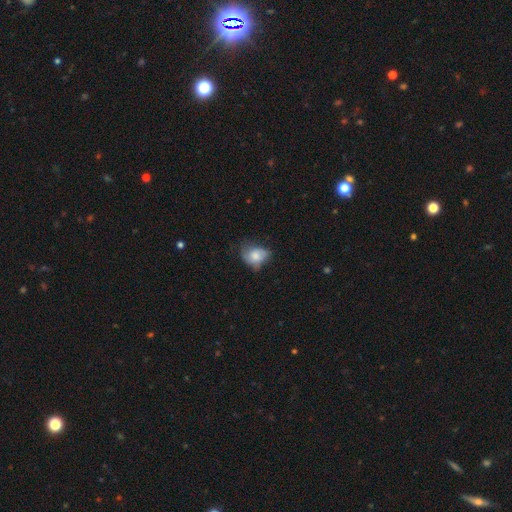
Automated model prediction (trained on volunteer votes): The model was most divided on "merging": none: 41%, minor disturbance: 38%, major disturbance: 18%, merger: 2%. More confident: smooth or featured — smooth (73%); how rounded — in between (61%).